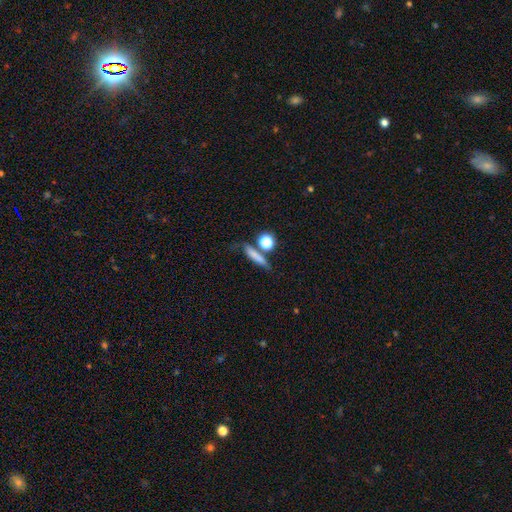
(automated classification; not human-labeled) Smooth or featured?
  - smooth: 72% *
  - featured or disk: 17%
  - star or artifact: 10%
How rounded?
  - cigar-shaped: 63% *
  - in between: 20%
  - round: 17%
Merging?
  - none: 62% *
  - merger: 16%
  - minor disturbance: 15%
  - major disturbance: 7%